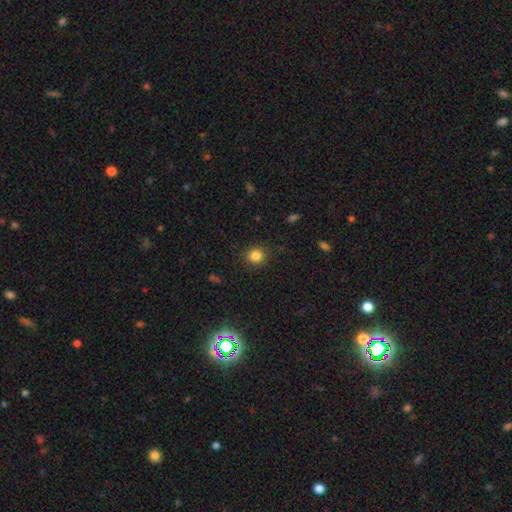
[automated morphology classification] Smooth or featured? smooth (84%)
How rounded? round (85%)
Merging? none (89%)